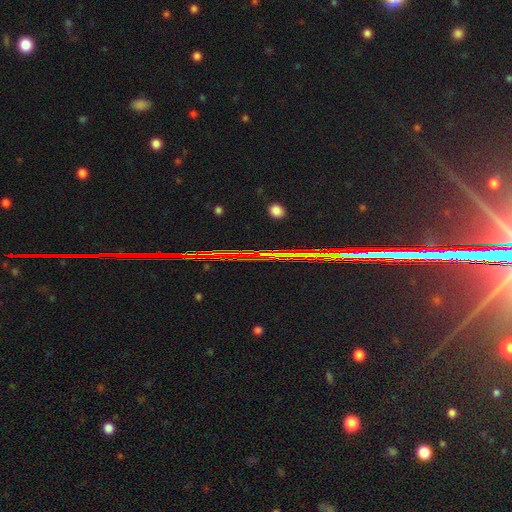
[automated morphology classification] star or artifact 85%, featured or disk 8%, smooth 6%.